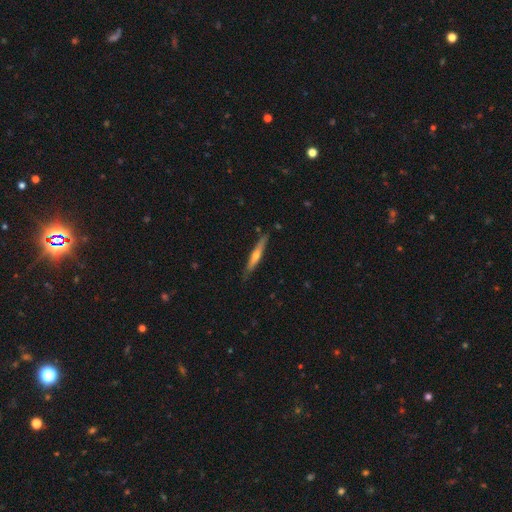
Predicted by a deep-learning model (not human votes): A featured or disk galaxy (58%) viewed edge-on (95%) with a rounded central bulge (81%).

Vote fractions:
- Smooth or featured? featured or disk: 58% / smooth: 37% / star or artifact: 6%
- Edge-on disk? yes: 95% / no: 5%
- Edge-on bulge? rounded: 81% / none: 15% / boxy: 3%
- Merging? none: 85% / minor disturbance: 12% / merger: 2% / major disturbance: 2%